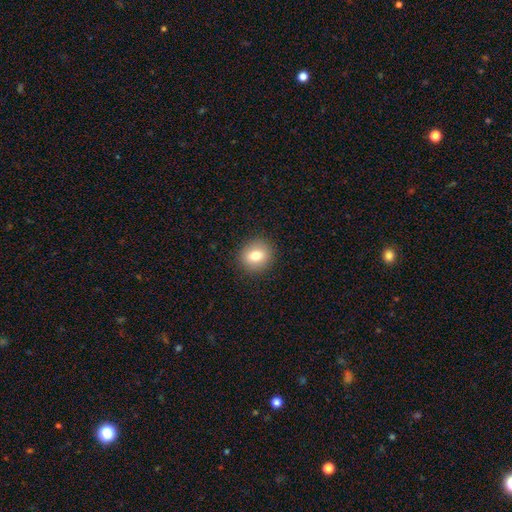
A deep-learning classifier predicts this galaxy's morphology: type=smooth (78%); roundness=round (82%); merging=none (91%).